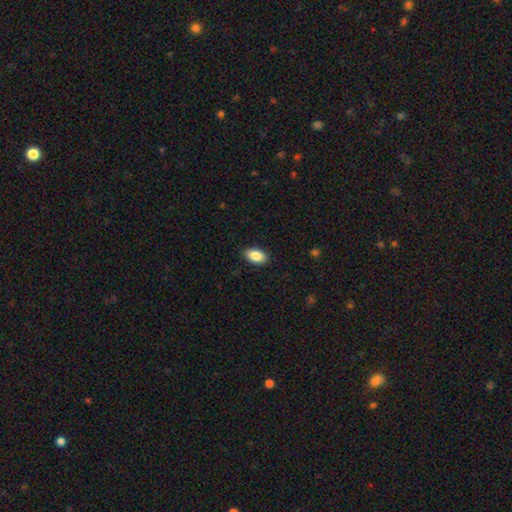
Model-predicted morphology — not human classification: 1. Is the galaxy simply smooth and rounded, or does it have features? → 88% smooth, 7% star or artifact, 5% featured or disk.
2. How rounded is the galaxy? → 93% in between, 5% round, 2% cigar-shaped.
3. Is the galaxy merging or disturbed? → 89% none, 8% minor disturbance, 2% major disturbance, 1% merger.